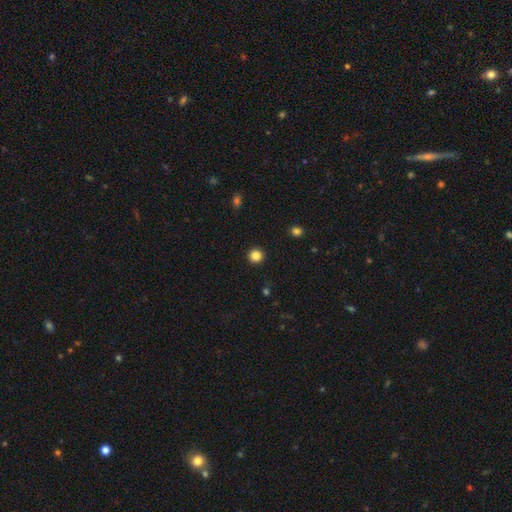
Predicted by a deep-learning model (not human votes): Overall: smooth (85%). How rounded: round (96%). Merging: none (93%).